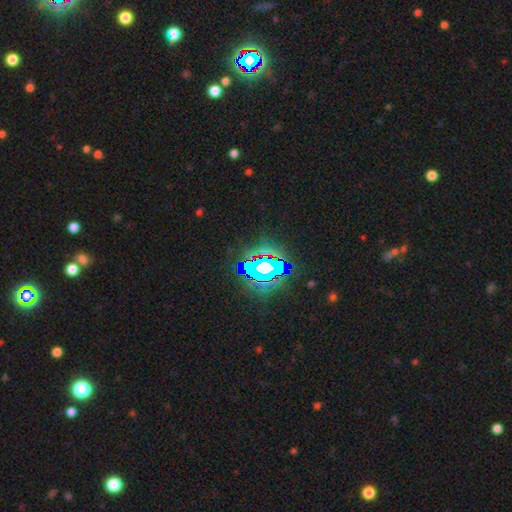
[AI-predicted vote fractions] star or artifact 80%, smooth 11%, featured or disk 9%.